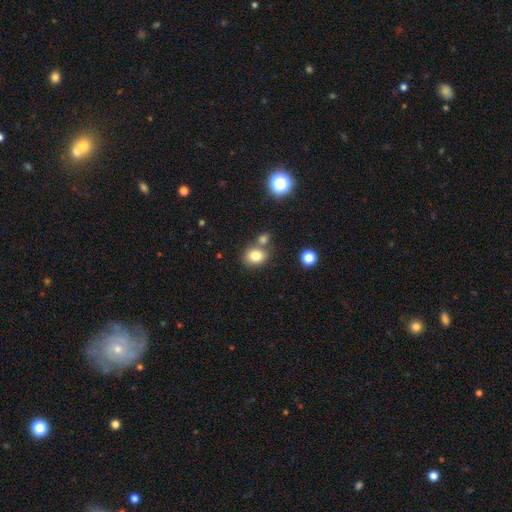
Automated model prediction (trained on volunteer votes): Smooth or featured: smooth — 80% (star or artifact — 12%)
How rounded: round — 58% (in between — 41%)
Merging: none — 62% (merger — 23%)